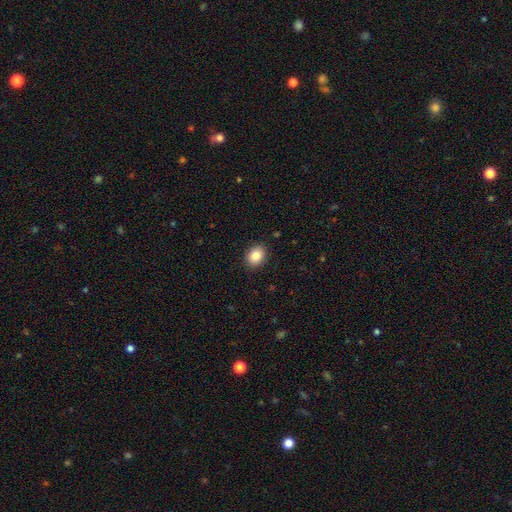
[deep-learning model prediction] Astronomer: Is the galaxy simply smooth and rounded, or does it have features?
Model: smooth — 85%.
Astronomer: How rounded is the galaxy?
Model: in between — 63%.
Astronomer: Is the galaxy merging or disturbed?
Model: none — 89%.